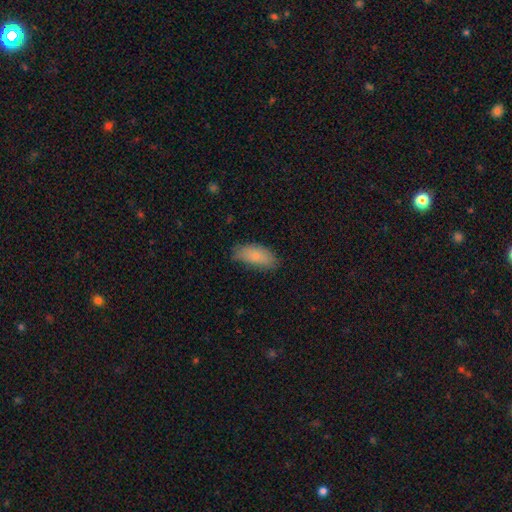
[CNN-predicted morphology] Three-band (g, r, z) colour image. It shows a smooth galaxy with no disk features (80%) that is in between round and cigar-shaped (88%). Merging: none (69%).